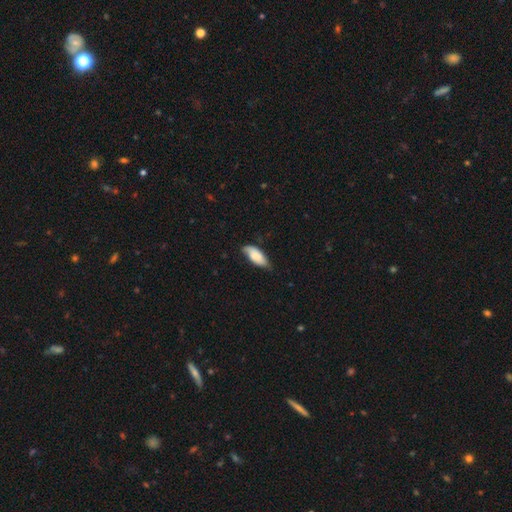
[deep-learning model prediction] Smooth or featured? smooth (76%)
How rounded? in between (84%)
Merging? none (56%)